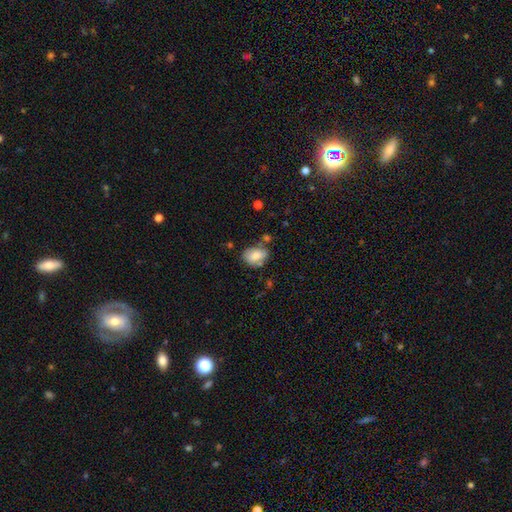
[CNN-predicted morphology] Smooth or featured? smooth (76%)
How rounded? in between (73%)
Merging? none (60%)